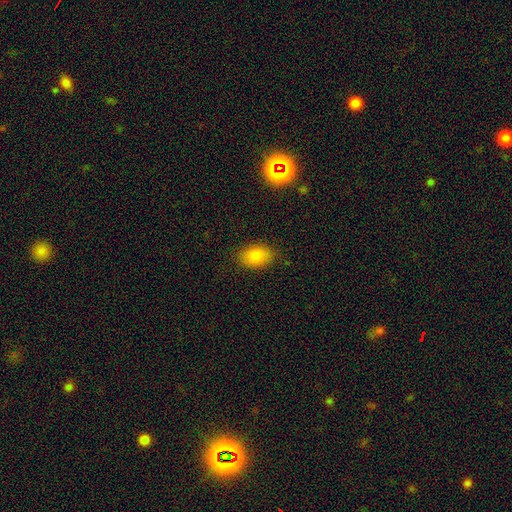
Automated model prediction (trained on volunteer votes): Smooth or featured: smooth — 84% (star or artifact — 9%)
How rounded: in between — 86% (round — 13%)
Merging: none — 85% (minor disturbance — 11%)